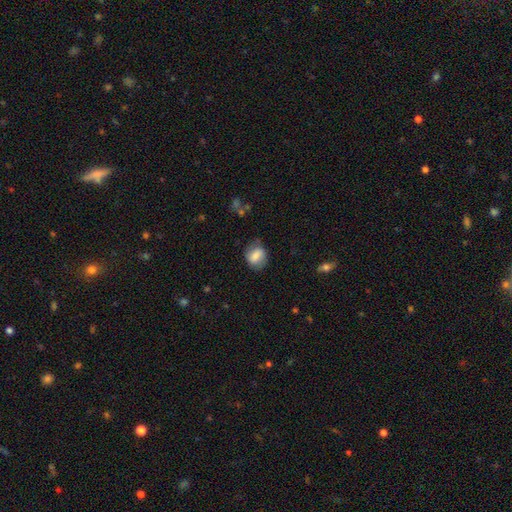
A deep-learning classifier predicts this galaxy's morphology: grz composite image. It shows a smooth galaxy with no disk features (72%) that is in between round and cigar-shaped (53%). Merging: none (65%).